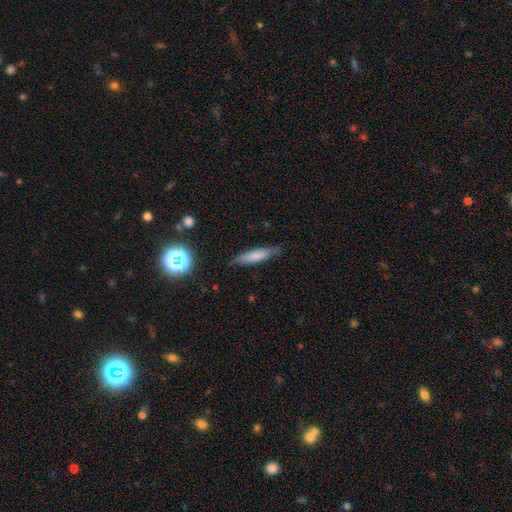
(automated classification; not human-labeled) The model was most divided on "smooth or featured": smooth: 72%, featured or disk: 20%, star or artifact: 8%. More confident: merging — none (82%); how rounded — cigar-shaped (80%).